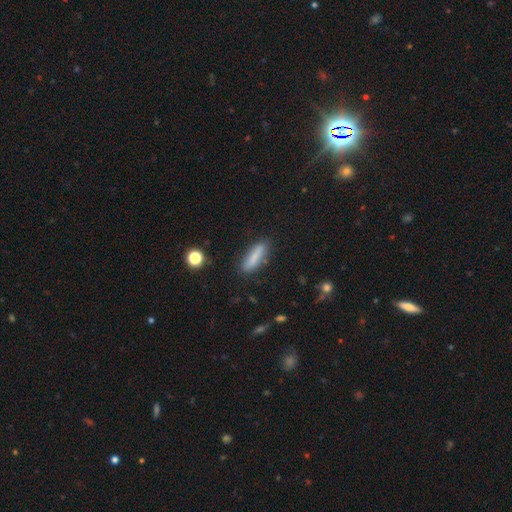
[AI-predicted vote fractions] This appears to be a smooth galaxy with no disk features (81%) that is cigar-shaped (62%). Merging: none (82%).